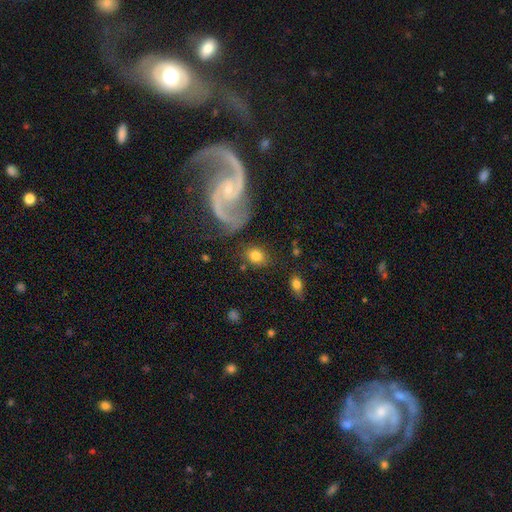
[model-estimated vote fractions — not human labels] Overall: smooth (74%). How rounded: in between (55%; round 44%). Merging: none (74%).